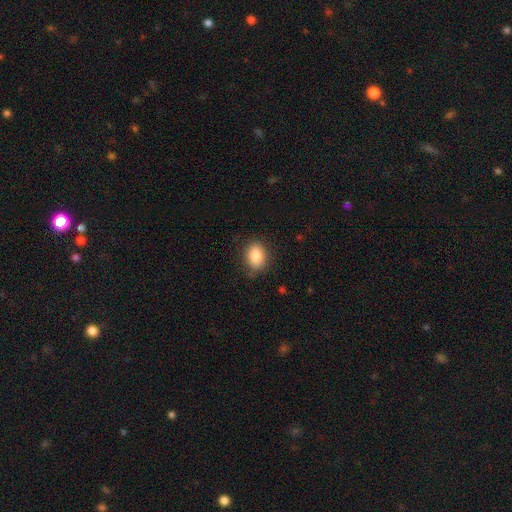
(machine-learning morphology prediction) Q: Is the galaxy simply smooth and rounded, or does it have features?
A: smooth — 86%.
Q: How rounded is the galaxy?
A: in between — 77%.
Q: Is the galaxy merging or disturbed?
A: none — 81%.